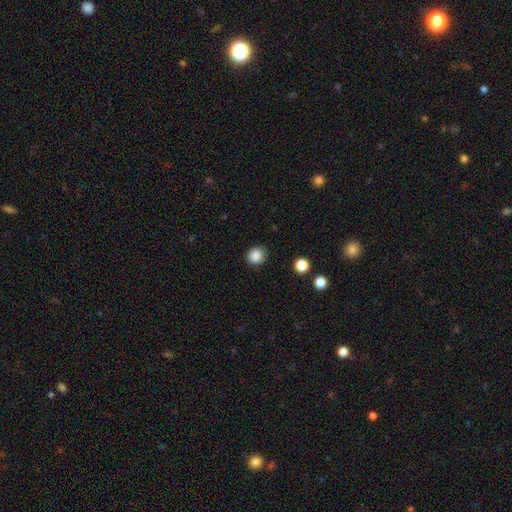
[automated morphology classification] smooth_or_featured: smooth (p=0.86) [alt: star or artifact p=0.10]
how_rounded: round (p=0.81) [alt: in between p=0.18]
merging: none (p=0.84) [alt: minor disturbance p=0.12]